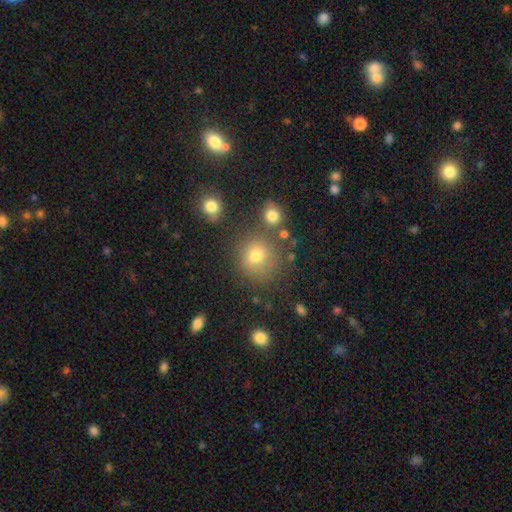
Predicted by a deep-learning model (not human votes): Q: Smooth or featured?
A: smooth (73%); runner-up: star or artifact (17%)
Q: How rounded?
A: round (87%); runner-up: in between (12%)
Q: Merging?
A: none (74%); runner-up: minor disturbance (12%)